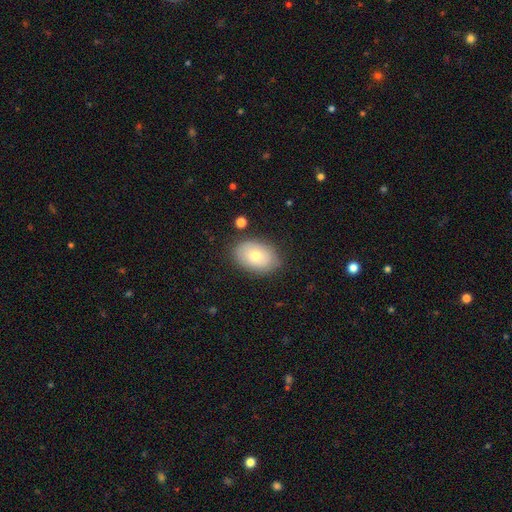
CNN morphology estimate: The model was most divided on "smooth or featured": smooth: 70%, featured or disk: 22%, star or artifact: 7%. More confident: how rounded — in between (82%); merging — none (81%).